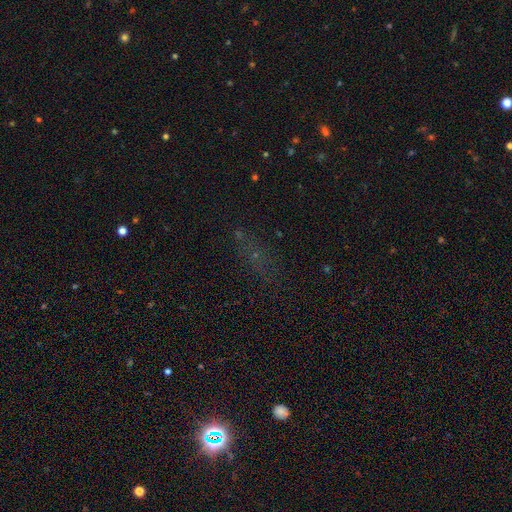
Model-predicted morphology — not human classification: This appears to be a star or artifact, not a galaxy (48%).